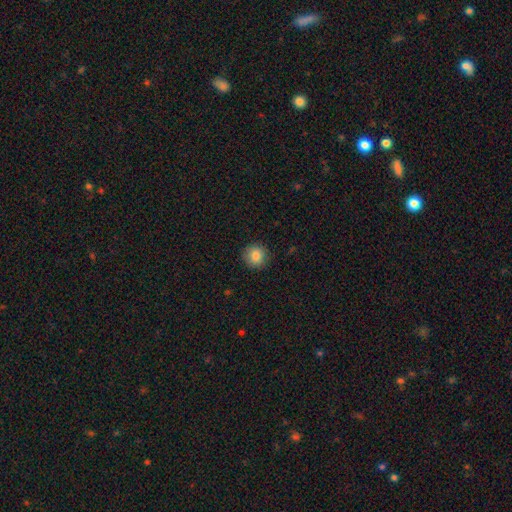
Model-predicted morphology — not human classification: The model was most divided on "smooth or featured": smooth: 83%, star or artifact: 10%, featured or disk: 7%. More confident: how rounded — round (93%); merging — none (90%).